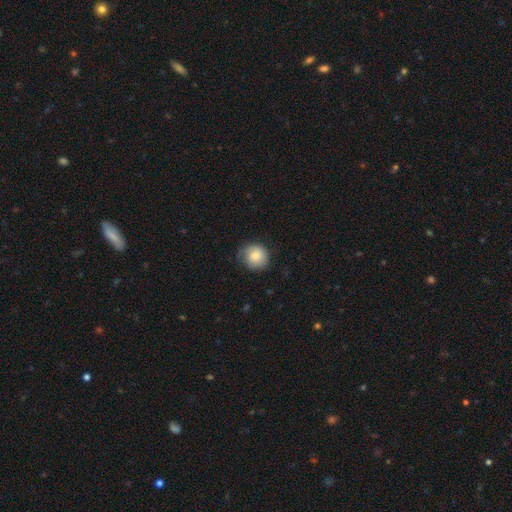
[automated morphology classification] smooth_or_featured: smooth (p=0.82) [alt: featured or disk p=0.11]
how_rounded: round (p=0.87) [alt: in between p=0.13]
merging: none (p=0.67) [alt: minor disturbance p=0.26]